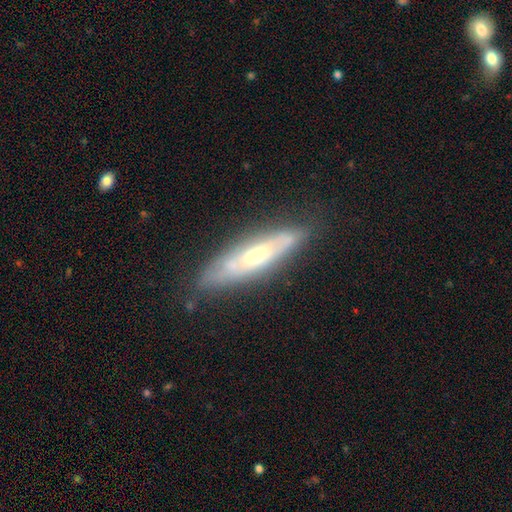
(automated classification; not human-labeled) Morphology: type=featured or disk (66%); edge-on=yes (53%); merging=none (75%).